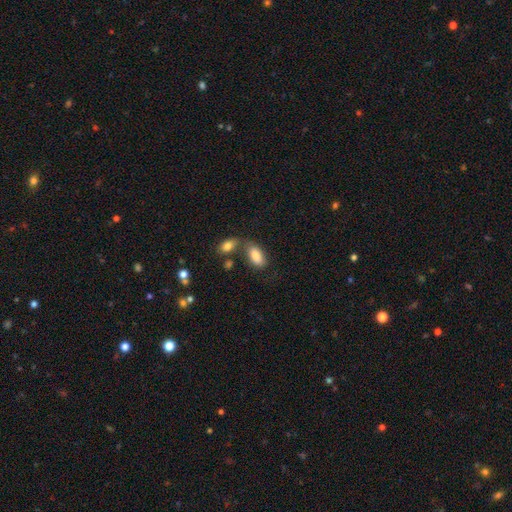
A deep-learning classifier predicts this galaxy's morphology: This appears to be a smooth galaxy with no disk features (85%) that is in between round and cigar-shaped (92%). Merging: none (53%).